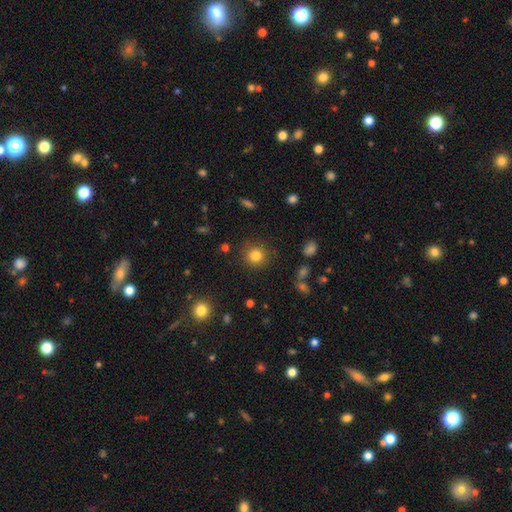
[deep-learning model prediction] Smooth or featured? Predicted: smooth (p=0.82). How rounded? Predicted: round (p=0.91). Merging? Predicted: none (p=0.87).